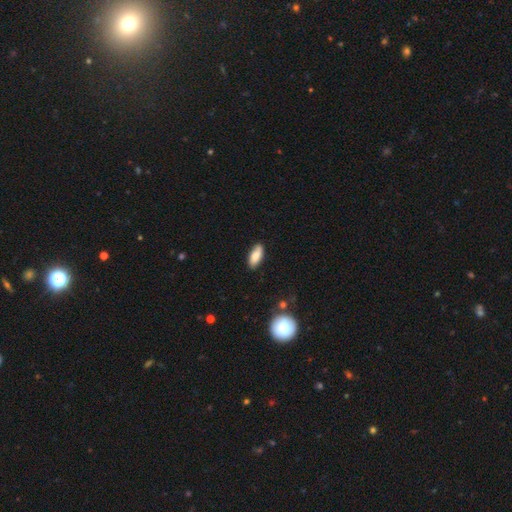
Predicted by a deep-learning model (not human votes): A smooth galaxy with no disk features (84%) that is in between round and cigar-shaped (79%). Merging: none (83%).